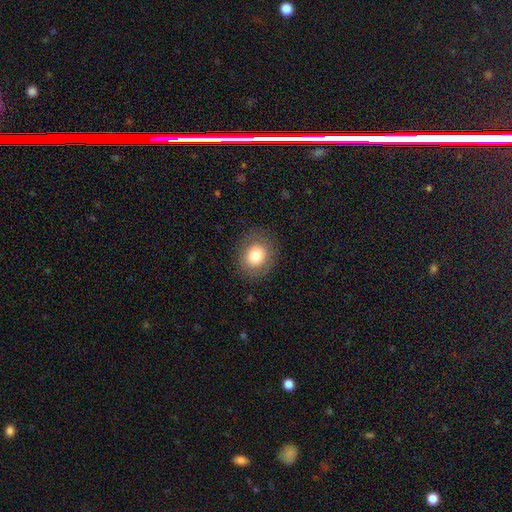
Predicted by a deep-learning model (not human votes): Overall: smooth (77%). How rounded: round (71%). Merging: none (85%).